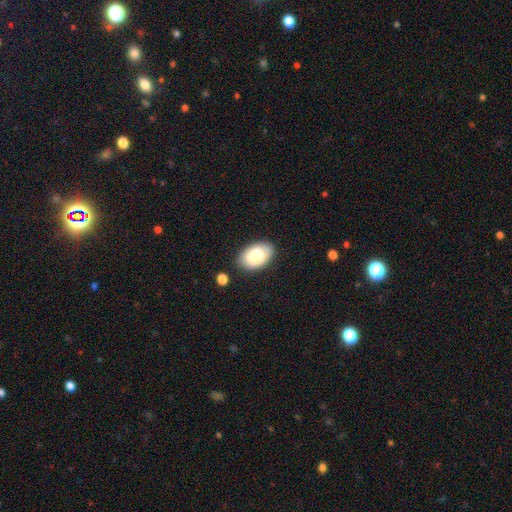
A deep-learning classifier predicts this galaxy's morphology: This appears to be a smooth galaxy with no disk features (72%) that is in between round and cigar-shaped (92%). Merging: none (73%).